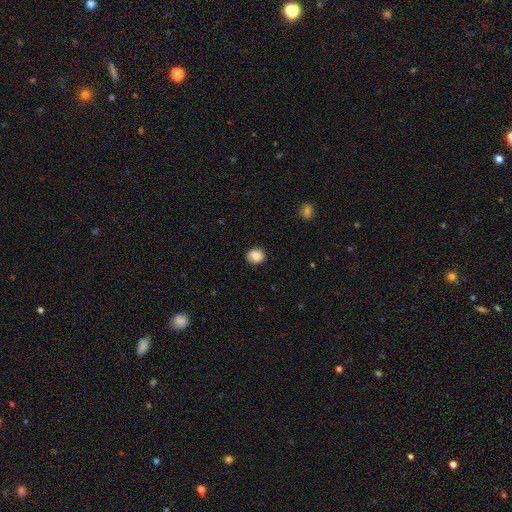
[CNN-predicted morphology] Smooth or featured? Predicted: smooth (p=0.84). How rounded? Predicted: round (p=0.79). Merging? Predicted: none (p=0.80).